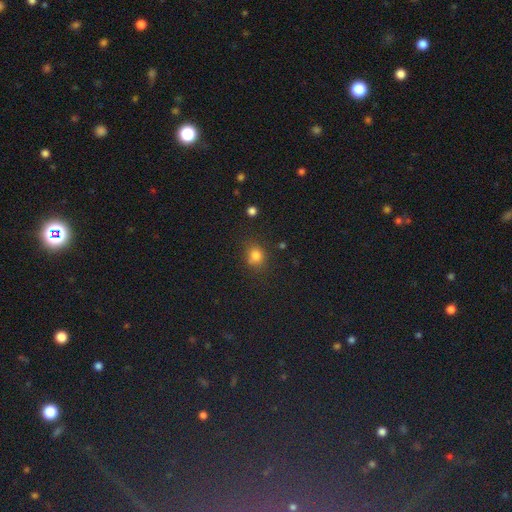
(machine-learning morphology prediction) Smooth or featured: smooth — 79% (star or artifact — 15%)
How rounded: round — 71% (in between — 28%)
Merging: none — 72% (minor disturbance — 17%)